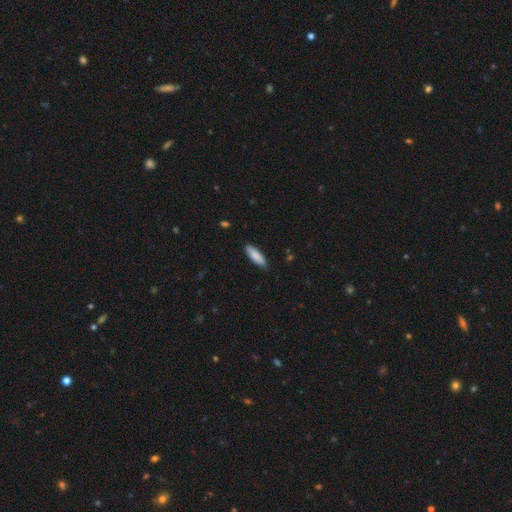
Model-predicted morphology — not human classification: smooth_or_featured: smooth (p=0.87) [alt: featured or disk p=0.07]
how_rounded: in between (p=0.51) [alt: cigar-shaped p=0.48]
merging: none (p=0.85) [alt: minor disturbance p=0.12]